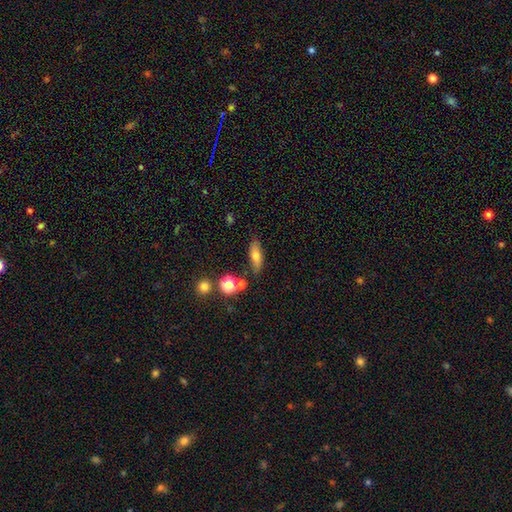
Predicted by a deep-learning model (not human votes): Smooth or featured: smooth — 67% (featured or disk — 24%)
How rounded: in between — 56% (cigar-shaped — 38%)
Merging: none — 75% (minor disturbance — 14%)